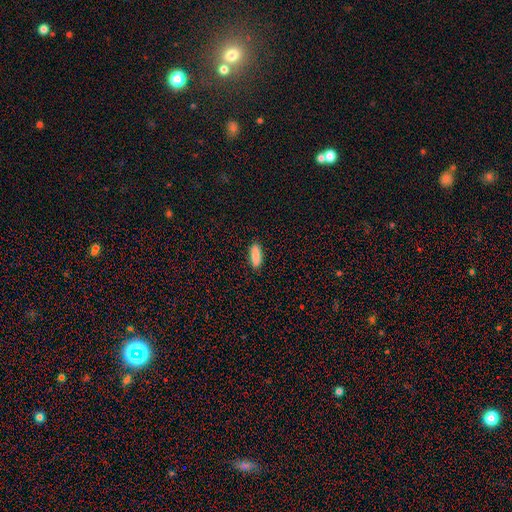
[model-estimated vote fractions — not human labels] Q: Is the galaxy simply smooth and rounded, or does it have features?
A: smooth — 89%.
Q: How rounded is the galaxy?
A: in between — 67%.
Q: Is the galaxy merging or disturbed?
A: none — 89%.